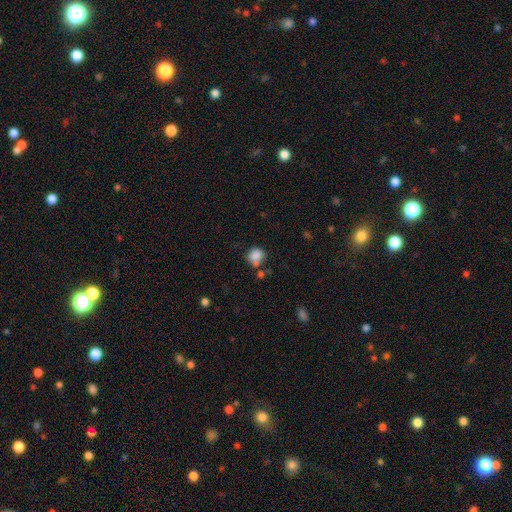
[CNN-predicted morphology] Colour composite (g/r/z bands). It shows a smooth galaxy with no disk features (82%) that is round (74%). Merging: none (53%).